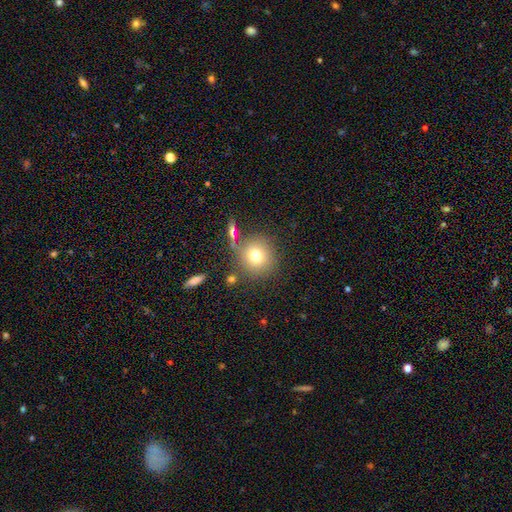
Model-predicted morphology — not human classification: Overall: smooth (74%). How rounded: round (91%). Merging: none (78%).